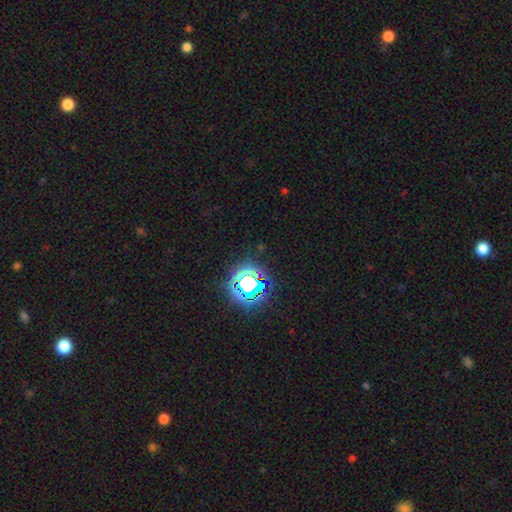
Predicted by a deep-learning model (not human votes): Overall: star or artifact (79%).